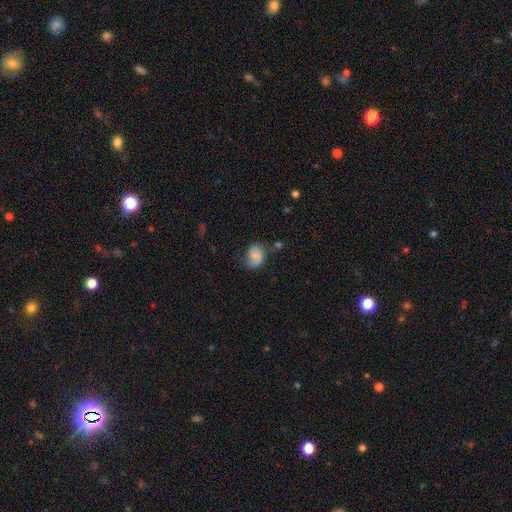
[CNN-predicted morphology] The model was most divided on "how rounded": in between: 60%, round: 39%, cigar-shaped: 1%. More confident: smooth or featured — smooth (68%); merging — none (57%).